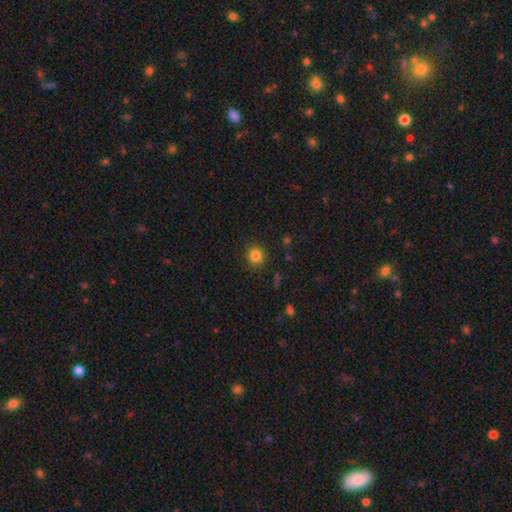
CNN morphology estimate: Smooth or featured: smooth — 84% (star or artifact — 11%)
How rounded: round — 88% (in between — 11%)
Merging: none — 89% (minor disturbance — 7%)